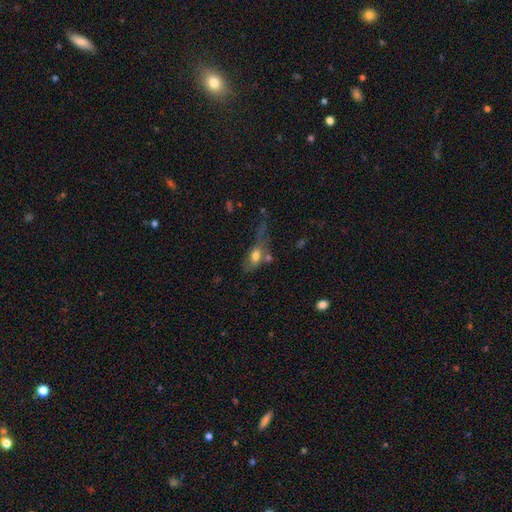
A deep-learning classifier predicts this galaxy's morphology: Smooth or featured? Predicted: smooth (p=0.66). How rounded? Predicted: in between (p=0.79). Merging? Predicted: none (p=0.28, tied with major disturbance).